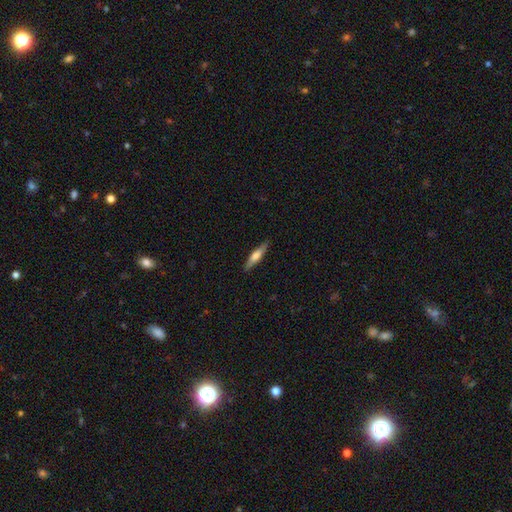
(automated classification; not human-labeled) smooth_or_featured: smooth (p=0.49) [alt: featured or disk p=0.45]
merging: none (p=0.88) [alt: minor disturbance p=0.09]